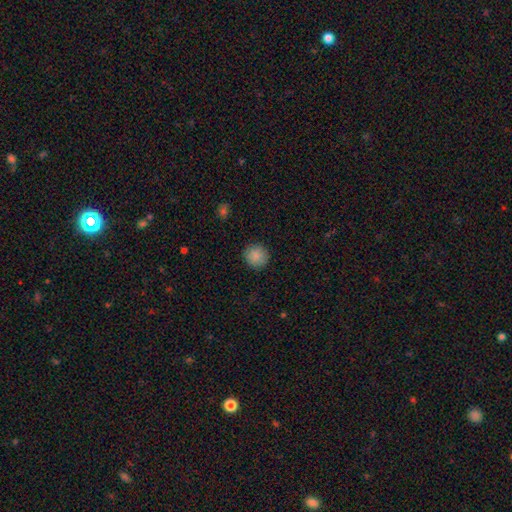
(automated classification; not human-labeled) Morphology: type=smooth (88%); roundness=round (92%); merging=none (90%).